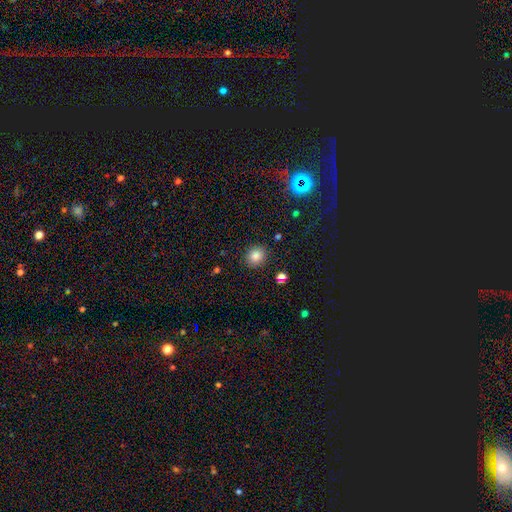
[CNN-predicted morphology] smooth_or_featured: smooth (p=0.82) [alt: star or artifact p=0.12]
how_rounded: round (p=0.77) [alt: in between p=0.22]
merging: none (p=0.89) [alt: minor disturbance p=0.07]